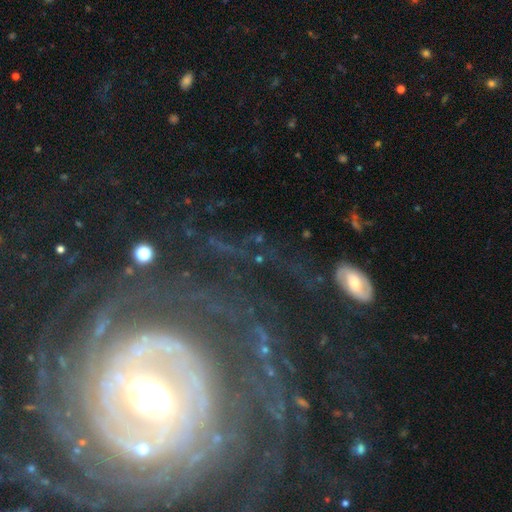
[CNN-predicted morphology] Smooth or featured: featured or disk — 84% (star or artifact — 9%)
Edge-on disk: no — 96% (yes — 4%)
Bar: no — 35% (strong — 34%)
Spiral arms: yes — 89% (no — 11%)
Spiral winding: tight — 69% (medium — 22%)
Spiral arm count: can't tell — 34% (2 — 19%)
Bulge size: moderate — 57% (large — 21%)
Merging: none — 63% (major disturbance — 20%)